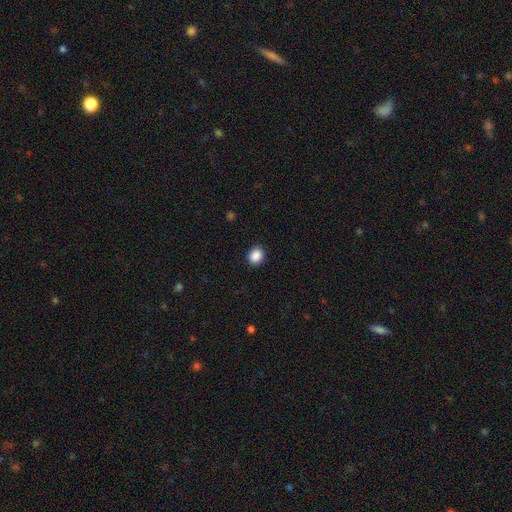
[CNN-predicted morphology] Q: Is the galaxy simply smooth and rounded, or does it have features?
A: smooth — 89%.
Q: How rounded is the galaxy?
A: round — 70%.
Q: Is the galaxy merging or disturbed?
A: none — 90%.